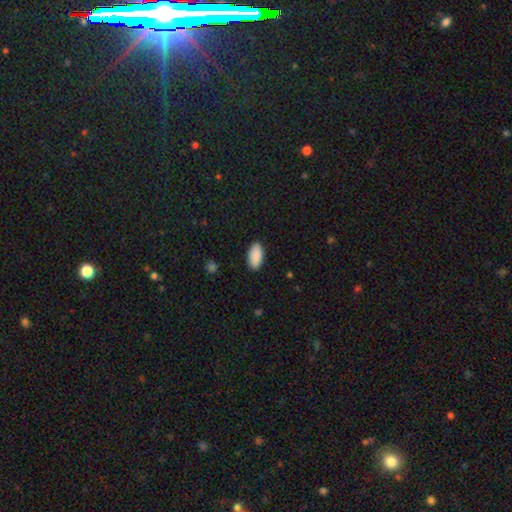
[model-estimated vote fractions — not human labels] Smooth or featured: smooth — 91% (star or artifact — 6%)
How rounded: in between — 94% (cigar-shaped — 5%)
Merging: none — 89% (minor disturbance — 8%)